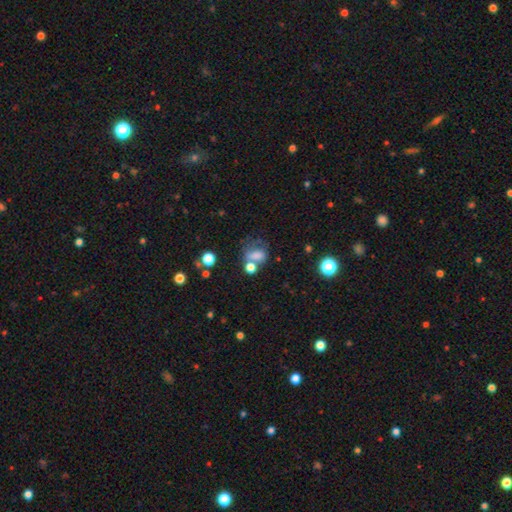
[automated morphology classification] Smooth or featured: smooth — 65% (featured or disk — 18%)
How rounded: in between — 63% (round — 34%)
Merging: none — 32% (merger — 27%)